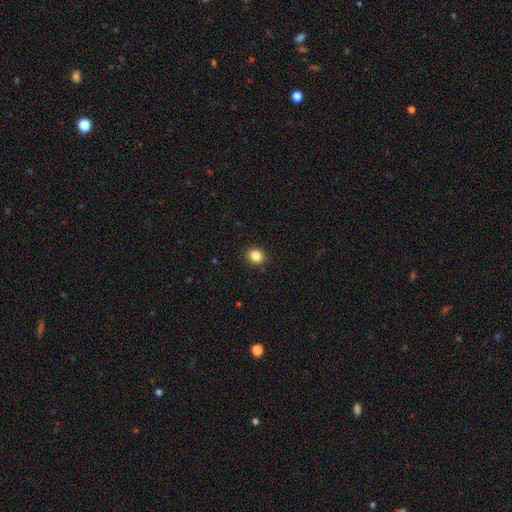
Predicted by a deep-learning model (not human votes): smooth_or_featured: smooth (p=0.84) [alt: star or artifact p=0.12]
how_rounded: round (p=0.73) [alt: in between p=0.26]
merging: none (p=0.89) [alt: minor disturbance p=0.08]